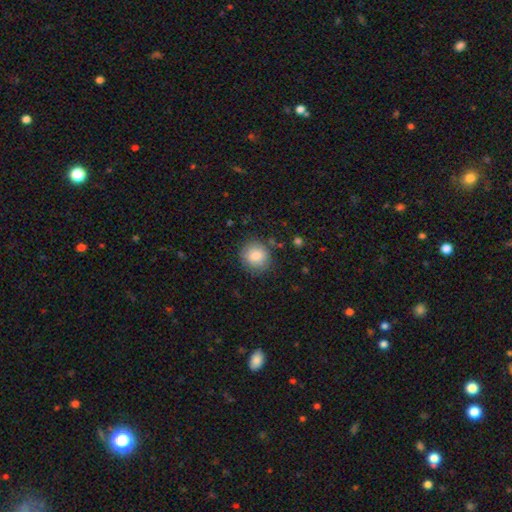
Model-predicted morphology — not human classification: Overall: smooth (81%). How rounded: round (86%). Merging: none (83%).